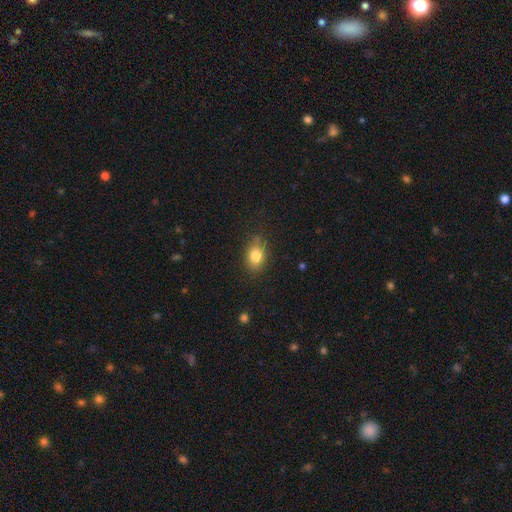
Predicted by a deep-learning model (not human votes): Smooth or featured? Predicted: smooth (p=0.82). How rounded? Predicted: in between (p=0.73). Merging? Predicted: none (p=0.76).